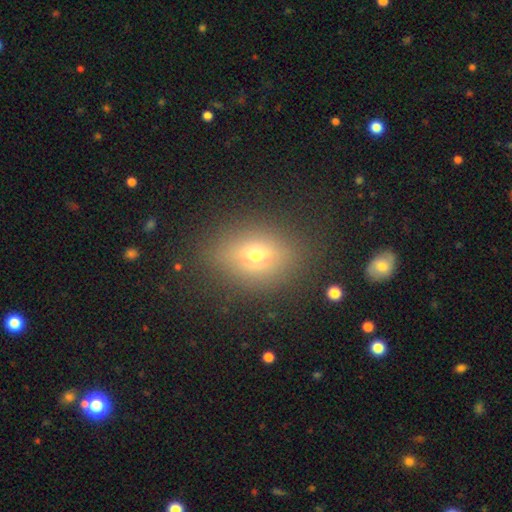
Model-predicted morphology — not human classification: This is possibly a smooth galaxy (50%). How rounded: likely in between (61%). Merging: likely none (80%).